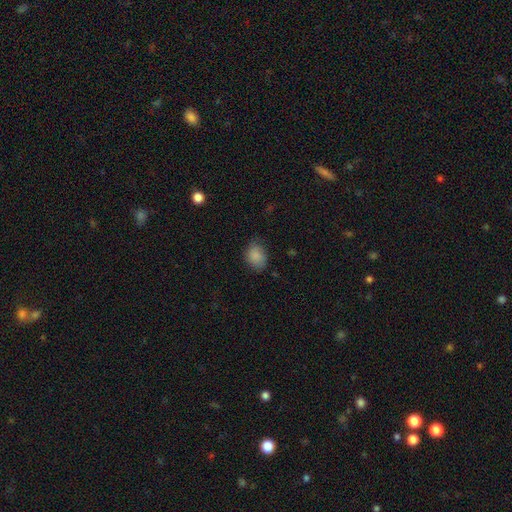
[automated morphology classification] This appears to be a smooth galaxy with no disk features (86%) that is in between round and cigar-shaped (68%). Merging: none (71%).